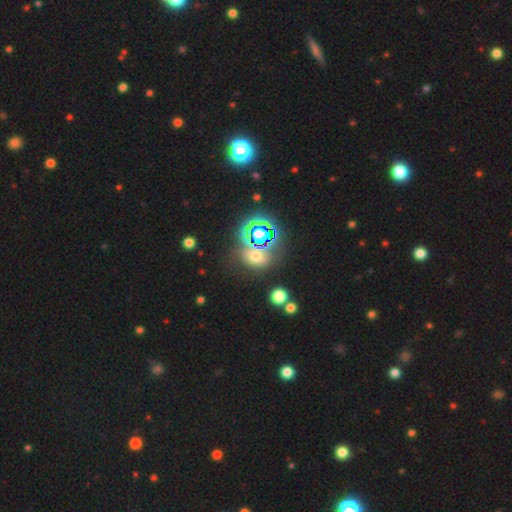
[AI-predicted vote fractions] Q: Smooth or featured?
A: smooth (46%); runner-up: star or artifact (42%)
Q: Merging?
A: none (68%); runner-up: merger (13%)